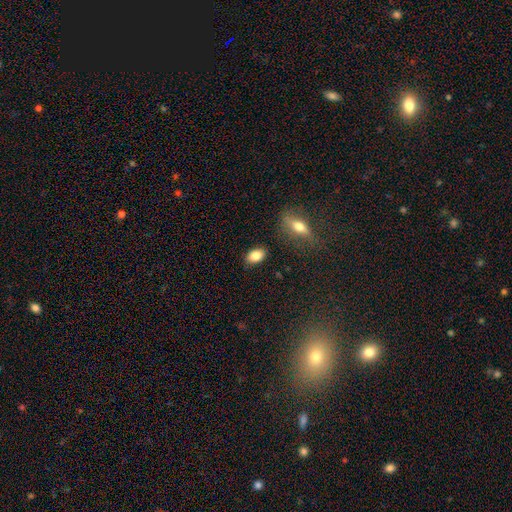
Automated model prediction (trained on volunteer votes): Smooth or featured?
  - smooth: 84% *
  - featured or disk: 8%
  - star or artifact: 8%
How rounded?
  - in between: 88% *
  - round: 10%
  - cigar-shaped: 2%
Merging?
  - none: 86% *
  - minor disturbance: 10%
  - major disturbance: 2%
  - merger: 2%